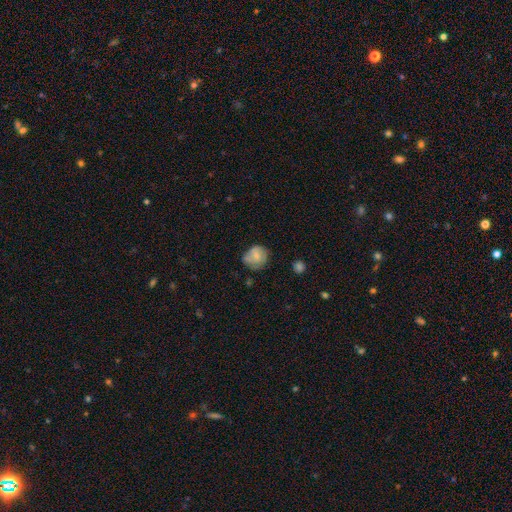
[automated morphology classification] smooth_or_featured: smooth (p=0.60) [alt: featured or disk p=0.32]
how_rounded: round (p=0.73) [alt: in between p=0.26]
merging: none (p=0.54) [alt: minor disturbance p=0.31]